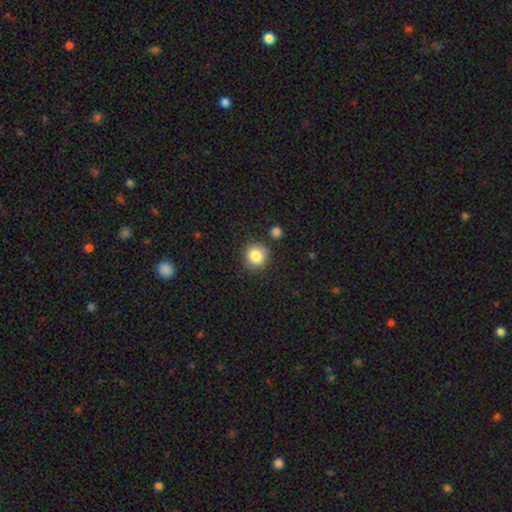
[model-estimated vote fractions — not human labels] The model was most divided on "smooth or featured": smooth: 85%, star or artifact: 10%, featured or disk: 6%. More confident: how rounded — round (91%); merging — none (84%).